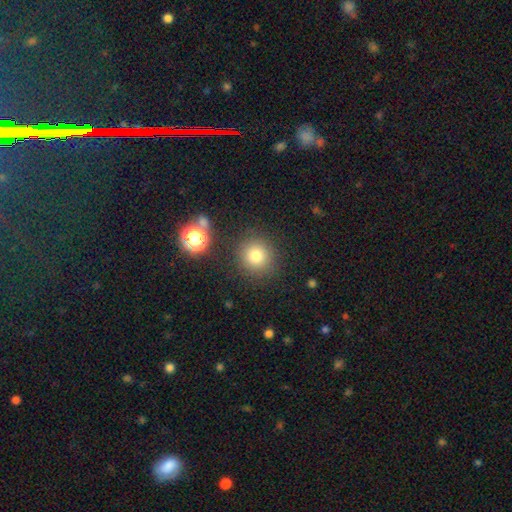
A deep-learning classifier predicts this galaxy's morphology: Smooth or featured?
  - smooth: 79% *
  - star or artifact: 13%
  - featured or disk: 8%
How rounded?
  - round: 92% *
  - in between: 7%
  - cigar-shaped: 1%
Merging?
  - none: 85% *
  - minor disturbance: 8%
  - merger: 4%
  - major disturbance: 3%